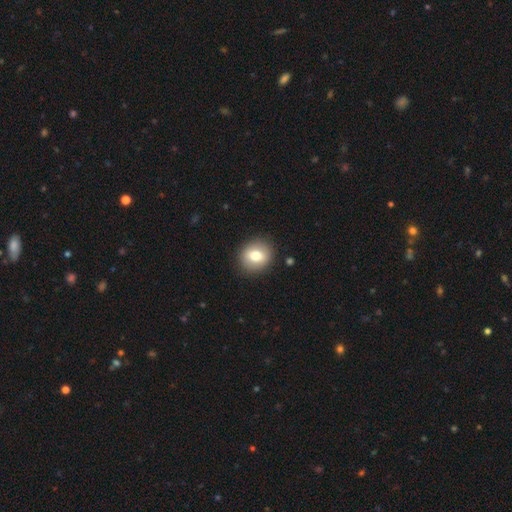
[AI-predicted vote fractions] smooth 74%, featured or disk 18%, star or artifact 8%. Down the decision tree: how rounded — round (75%); merging — none (89%).